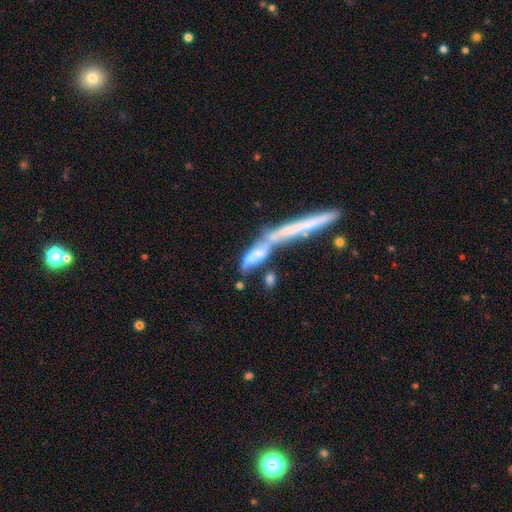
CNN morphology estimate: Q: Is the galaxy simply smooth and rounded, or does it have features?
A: featured or disk — 46%.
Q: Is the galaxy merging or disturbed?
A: merger — 61%.